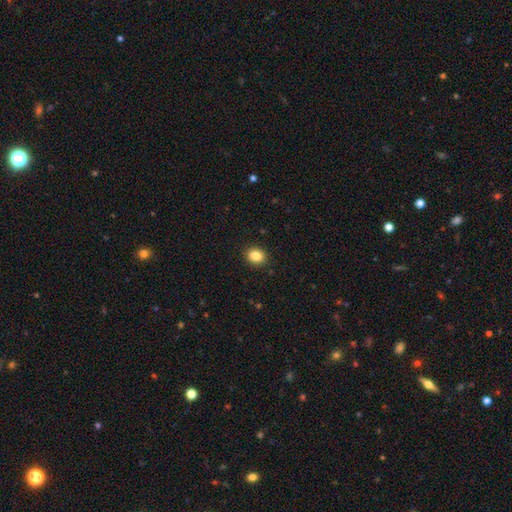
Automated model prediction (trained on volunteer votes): Overall: smooth (86%). How rounded: round (58%; in between 41%). Merging: none (91%).